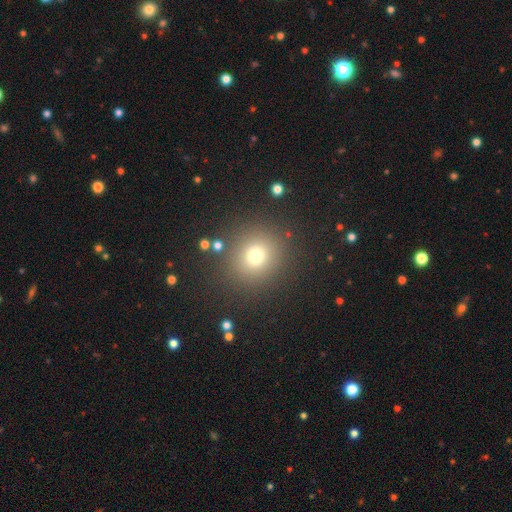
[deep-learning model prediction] This appears to be a smooth galaxy with no disk features (72%) that is round (89%). Merging: none (87%).